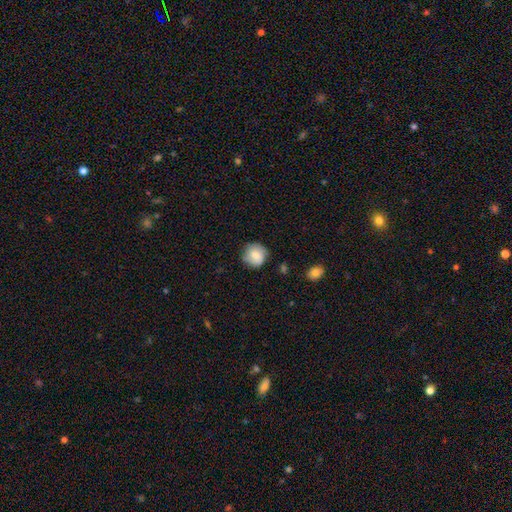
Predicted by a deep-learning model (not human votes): A smooth galaxy with no disk features (75%) that is round (91%). Merging: none (78%).